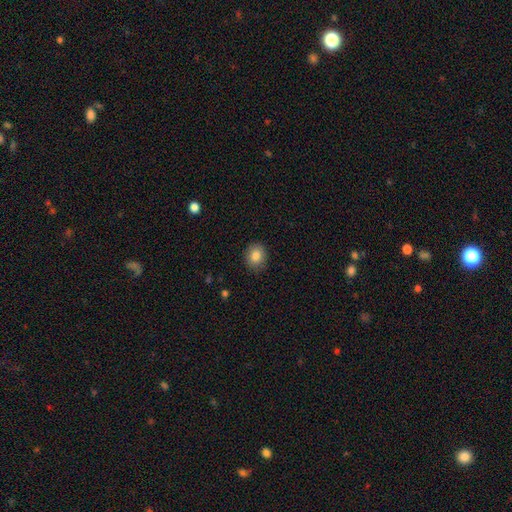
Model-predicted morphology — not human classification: smooth-or-featured: smooth: 84% | star or artifact: 10% | featured or disk: 7%
  how-rounded: round: 64% | in between: 35% | cigar-shaped: 1%
  merging: none: 88% | minor disturbance: 9% | major disturbance: 2% | merger: 1%